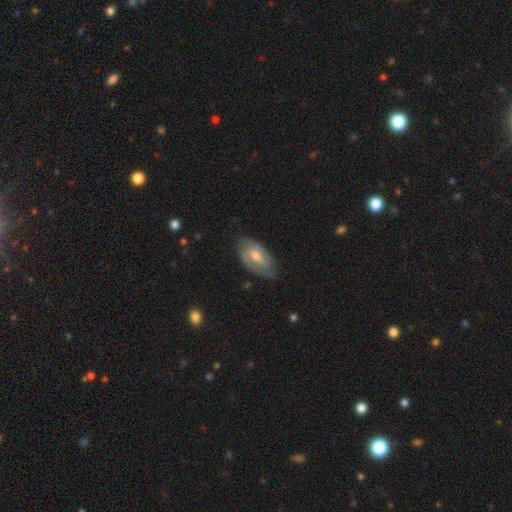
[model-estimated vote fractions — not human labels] Morphology: type=featured or disk (77%); edge-on=no (95%); bar=weak (55%); spiral arms=yes (92%); winding=medium (44%); arm count=2 (83%); bulge=moderate (58%); merging=none (77%).